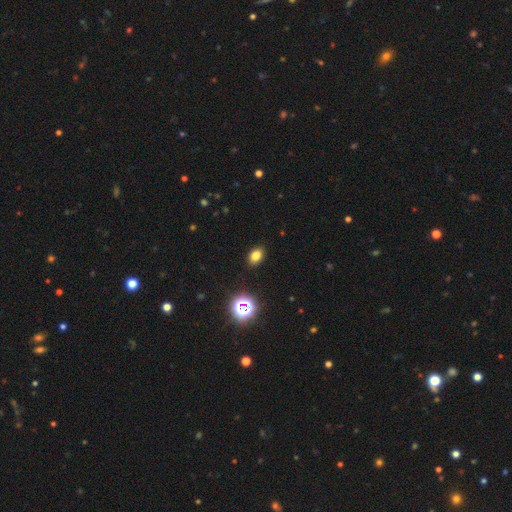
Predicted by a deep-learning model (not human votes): The model was most divided on "how rounded": in between: 75%, round: 24%, cigar-shaped: 1%. More confident: merging — none (89%); smooth or featured — smooth (78%).